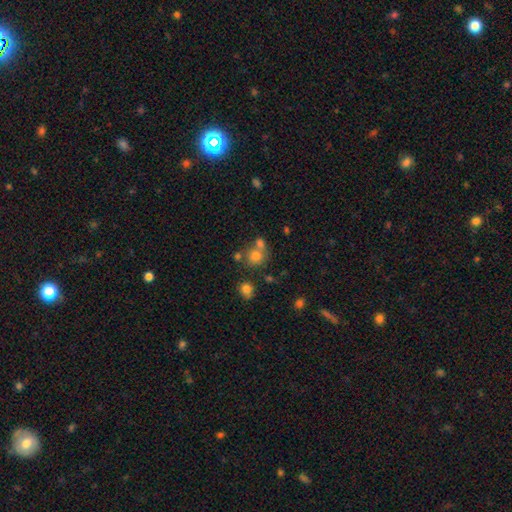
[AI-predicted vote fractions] A smooth galaxy with no disk features (73%) that is round (83%). Merging: none (52%).